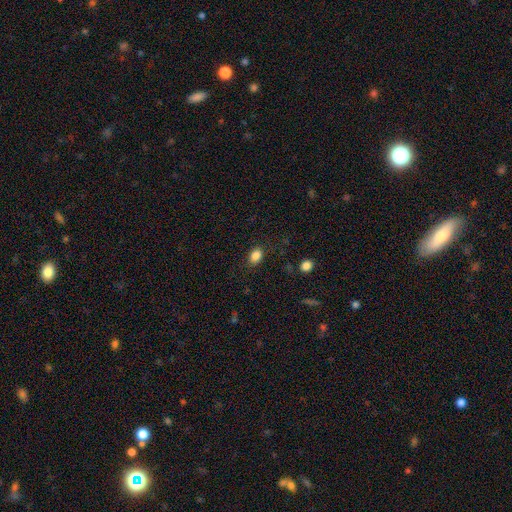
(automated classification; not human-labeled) Smooth or featured: smooth — 86% (star or artifact — 10%)
How rounded: in between — 76% (round — 23%)
Merging: none — 83% (minor disturbance — 12%)